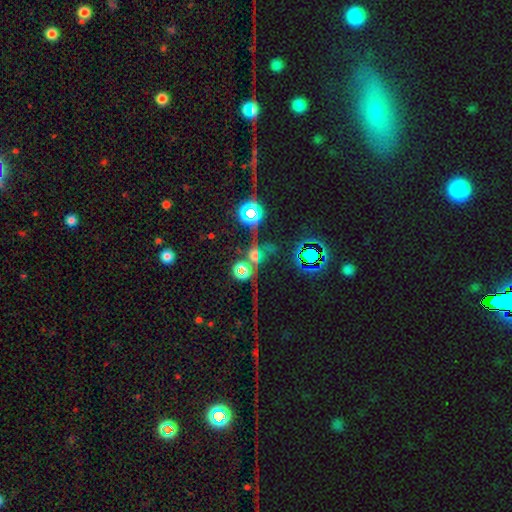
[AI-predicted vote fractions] smooth_or_featured: star or artifact (p=0.57) [alt: smooth p=0.26]